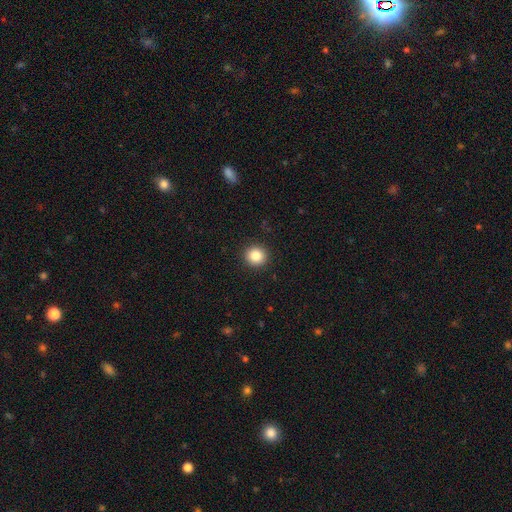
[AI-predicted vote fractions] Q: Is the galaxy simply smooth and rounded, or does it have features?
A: smooth — 85%.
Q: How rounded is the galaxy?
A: round — 91%.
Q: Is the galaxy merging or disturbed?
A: none — 92%.